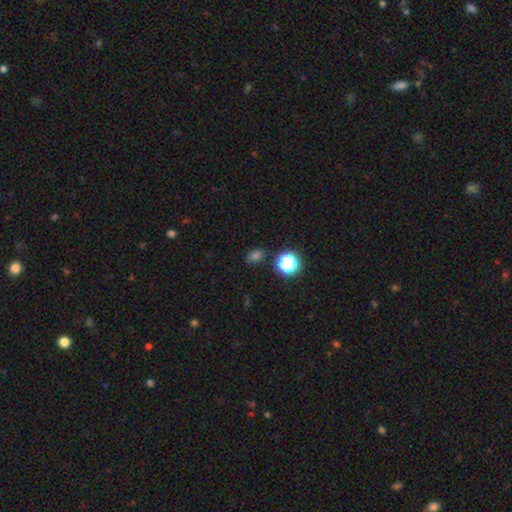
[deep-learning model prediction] This appears to be a smooth galaxy with no disk features (67%) that is in between round and cigar-shaped (53%). Merging: none (83%).